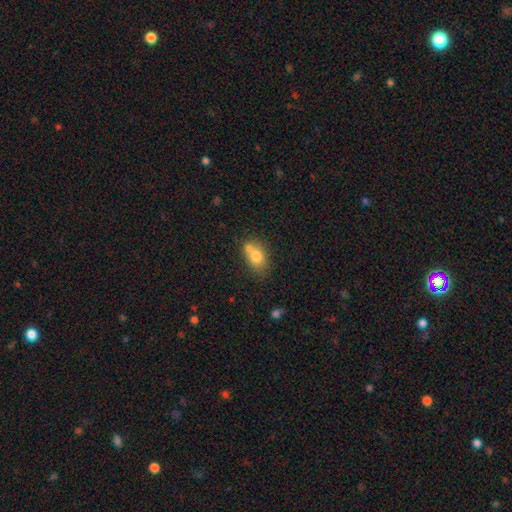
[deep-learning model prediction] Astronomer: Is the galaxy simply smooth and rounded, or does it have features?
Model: smooth — 74%.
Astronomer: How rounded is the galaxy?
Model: in between — 64%.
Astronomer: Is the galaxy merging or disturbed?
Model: none — 44% (runner-up: merger, 39%).